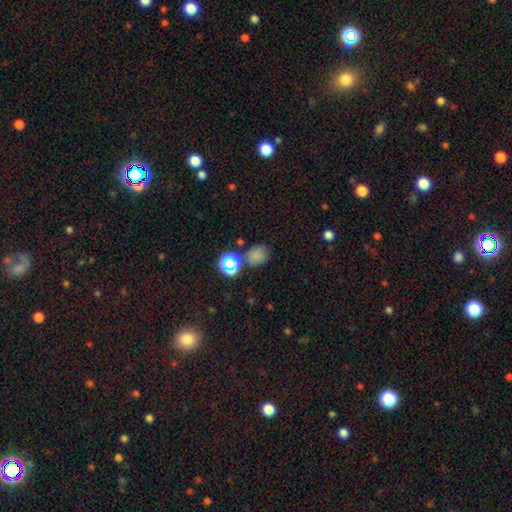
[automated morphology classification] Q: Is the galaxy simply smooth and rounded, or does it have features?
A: smooth — 70%.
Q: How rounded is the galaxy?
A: round — 69%.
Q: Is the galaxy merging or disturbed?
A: none — 66%.